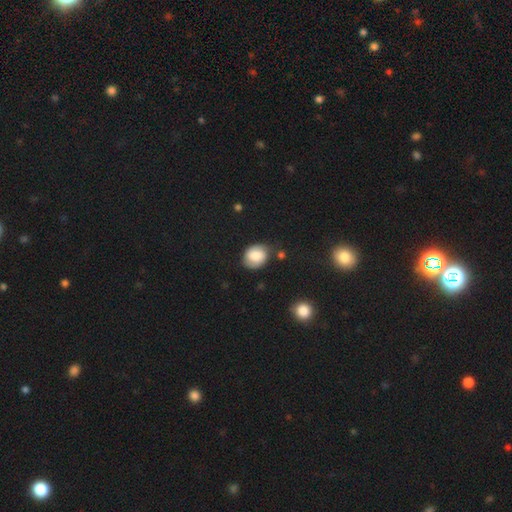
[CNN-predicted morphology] Overall: smooth (64%; featured or disk 27%). How rounded: round (51%; in between 48%). Merging: none (71%).